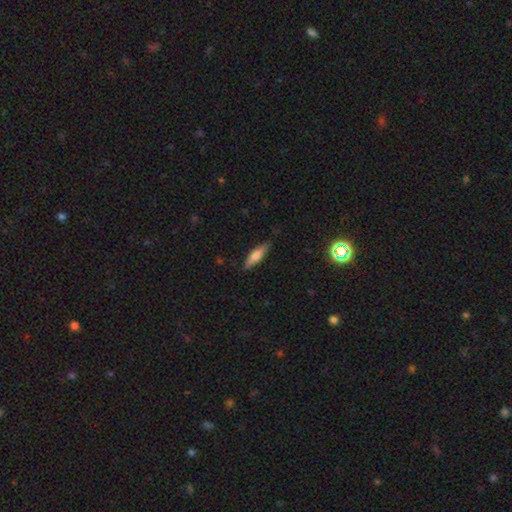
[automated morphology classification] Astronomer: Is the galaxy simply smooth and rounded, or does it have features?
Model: smooth — 51% (runner-up: featured or disk, 42%).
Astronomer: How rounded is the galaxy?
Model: cigar-shaped — 71%.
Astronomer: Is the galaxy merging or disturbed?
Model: none — 85%.